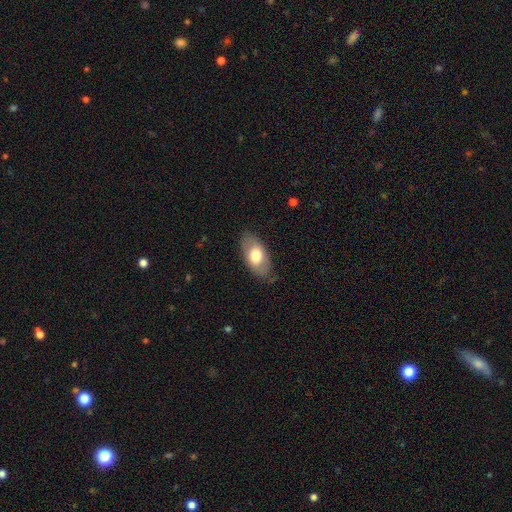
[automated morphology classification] The model was most divided on "smooth or featured": smooth: 69%, featured or disk: 25%, star or artifact: 6%. More confident: how rounded — in between (93%); merging — none (79%).